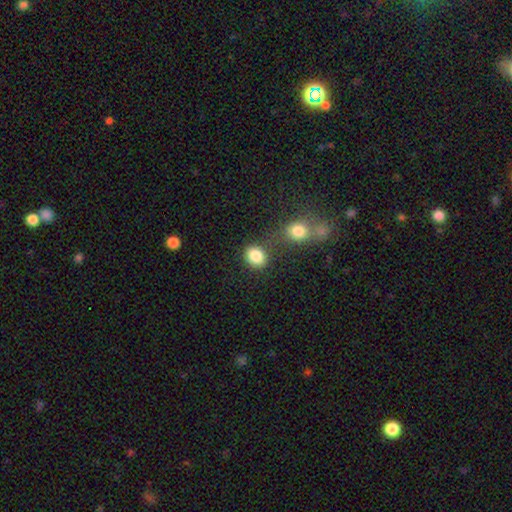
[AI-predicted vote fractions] Smooth or featured? Predicted: smooth (p=0.85). How rounded? Predicted: round (p=0.55). Merging? Predicted: none (p=0.67).